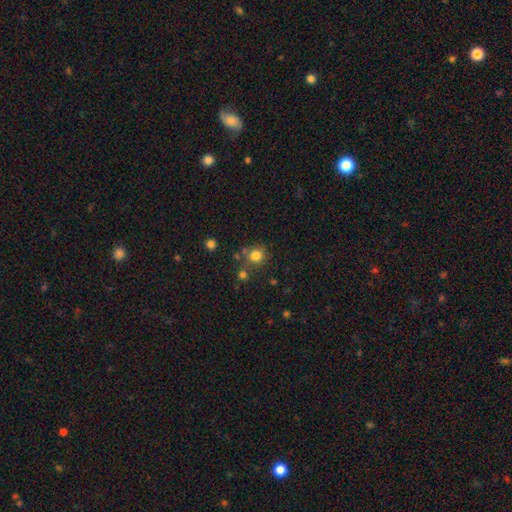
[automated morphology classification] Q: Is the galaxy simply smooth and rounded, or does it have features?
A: smooth — 80%.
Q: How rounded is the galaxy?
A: round — 88%.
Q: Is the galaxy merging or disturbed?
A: none — 71%.